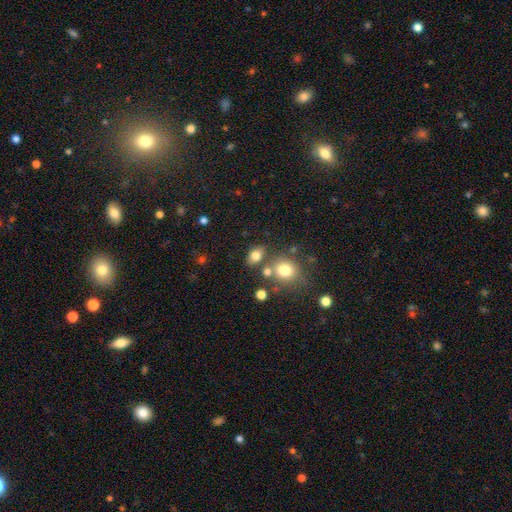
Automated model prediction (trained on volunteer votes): This appears to be a smooth galaxy with no disk features (77%) that is in between round and cigar-shaped (72%). Merging: none (68%).